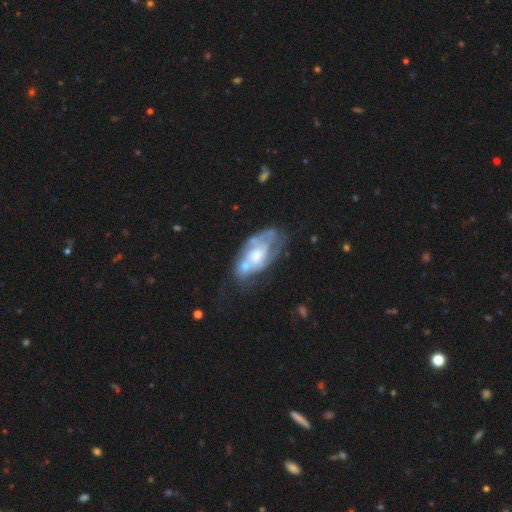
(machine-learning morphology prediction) The model was most divided on "merging": none: 37%, minor disturbance: 24%, major disturbance: 21%, merger: 18%. Remaining: edge-on disk — no (94%); bar — no (76%); smooth or featured — featured or disk (67%); spiral arms — yes (59%); bulge size — moderate (45%).